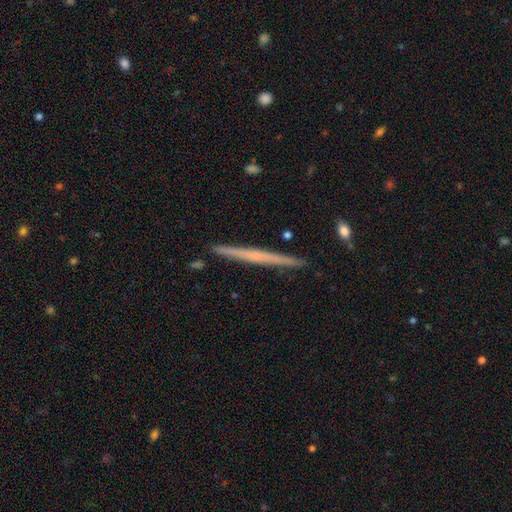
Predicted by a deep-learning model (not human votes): Overall: featured or disk (57%; smooth 38%). Edge-on disk: yes (98%). Edge-on bulge: none (81%). Merging: none (92%).